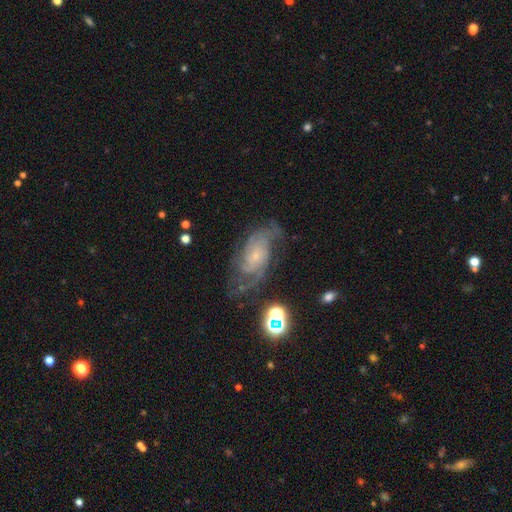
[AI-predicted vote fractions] Smooth or featured? featured or disk (82%)
Edge-on disk? no (96%)
Bar? no (73%)
Spiral arms? yes (96%)
Spiral winding? tight (45%)
Spiral arm count? 2 (33%)
Bulge size? small (74%)
Merging? none (62%)